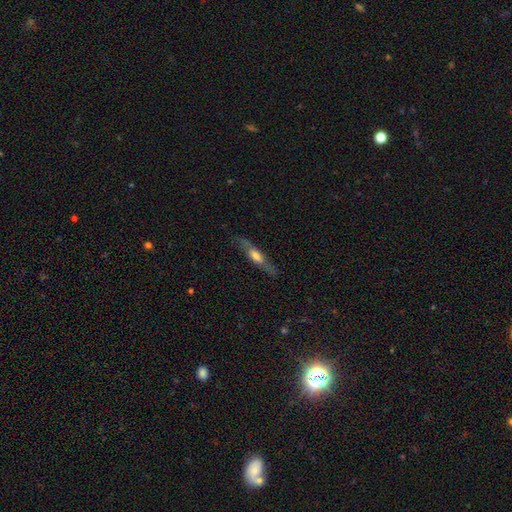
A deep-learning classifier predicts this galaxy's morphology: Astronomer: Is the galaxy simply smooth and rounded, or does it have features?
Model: featured or disk — 54% (runner-up: smooth, 39%).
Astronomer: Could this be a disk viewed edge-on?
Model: yes — 70%.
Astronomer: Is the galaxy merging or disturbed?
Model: none — 77%.